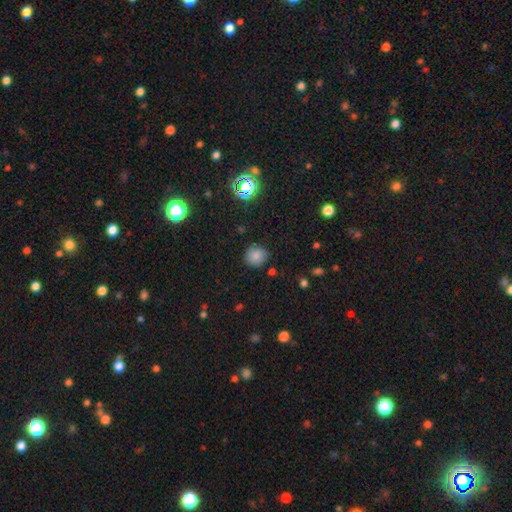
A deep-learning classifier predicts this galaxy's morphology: smooth 81%, star or artifact 14%, featured or disk 6%. Down the decision tree: how rounded — round (86%); merging — none (83%).